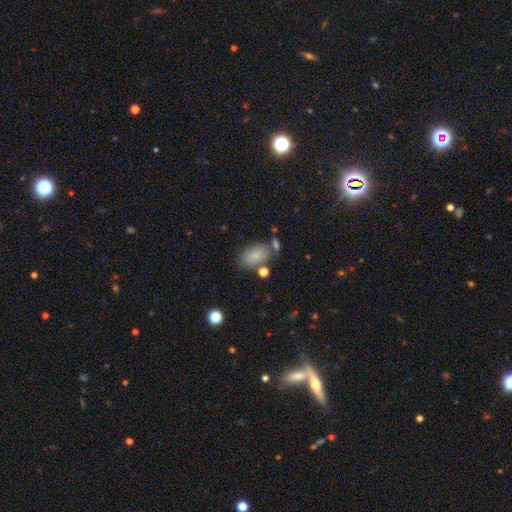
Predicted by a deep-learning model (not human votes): Q: Smooth or featured?
A: smooth (82%); runner-up: featured or disk (9%)
Q: How rounded?
A: in between (87%); runner-up: round (11%)
Q: Merging?
A: none (65%); runner-up: minor disturbance (17%)